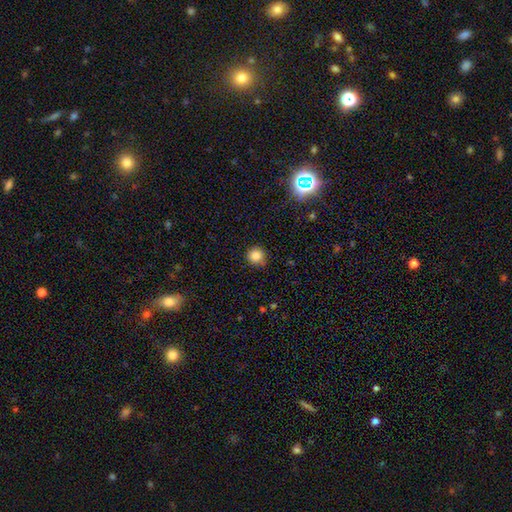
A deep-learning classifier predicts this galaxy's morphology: Q: Smooth or featured?
A: smooth (83%); runner-up: star or artifact (12%)
Q: How rounded?
A: round (94%); runner-up: in between (5%)
Q: Merging?
A: none (86%); runner-up: minor disturbance (10%)